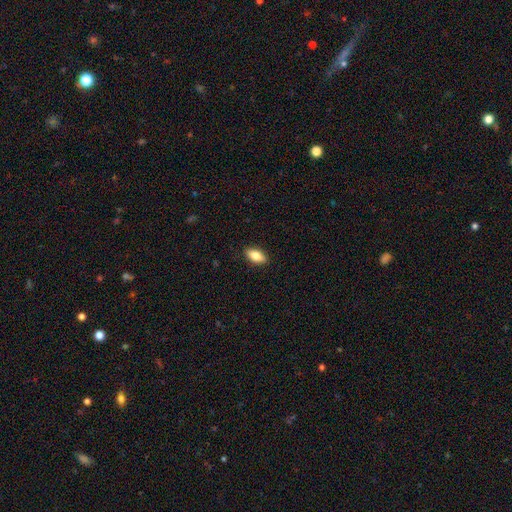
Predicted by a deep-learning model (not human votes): The model was most divided on "smooth or featured": smooth: 81%, featured or disk: 12%, star or artifact: 7%. More confident: merging — none (89%); how rounded — in between (87%).